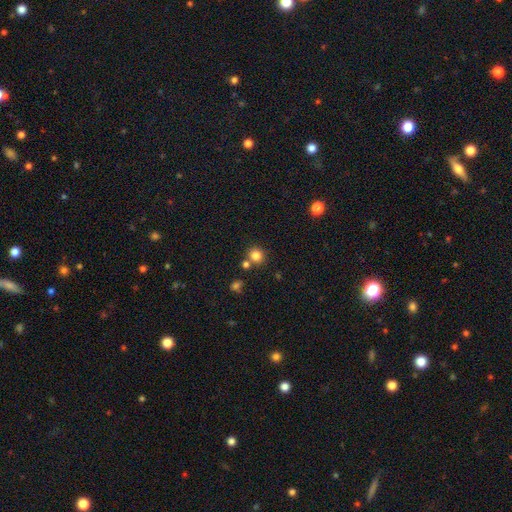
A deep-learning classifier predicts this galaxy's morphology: Q: Smooth or featured?
A: smooth (82%); runner-up: star or artifact (12%)
Q: How rounded?
A: round (86%); runner-up: in between (13%)
Q: Merging?
A: none (72%); runner-up: merger (16%)